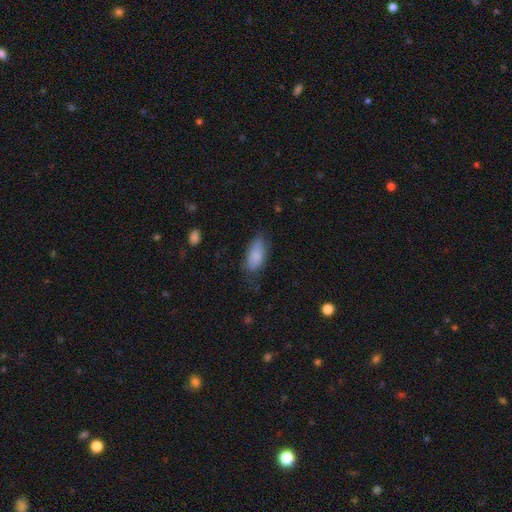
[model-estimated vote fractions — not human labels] A smooth galaxy with no disk features (85%) that is in between round and cigar-shaped (89%). Merging: none (61%).